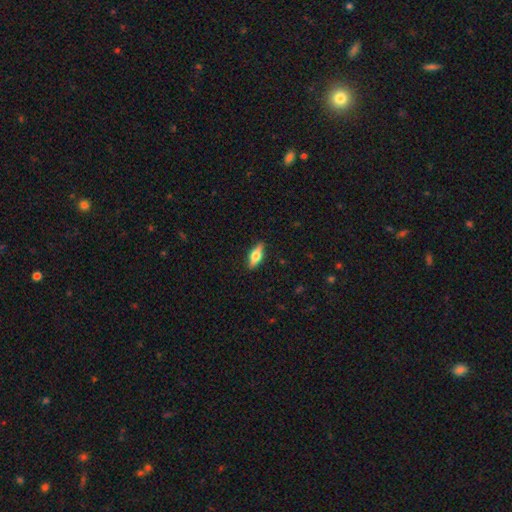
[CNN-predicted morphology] Overall: smooth (57%; featured or disk 37%). How rounded: in between (66%; cigar-shaped 31%). Merging: none (88%).